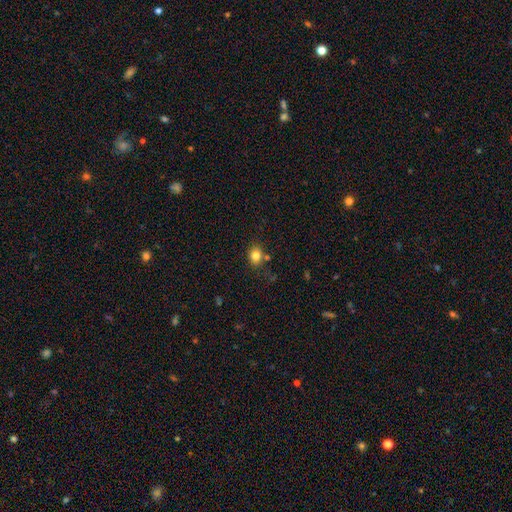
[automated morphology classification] This is clearly a smooth galaxy (82%). How rounded: possibly round (53%). Merging: likely none (74%).